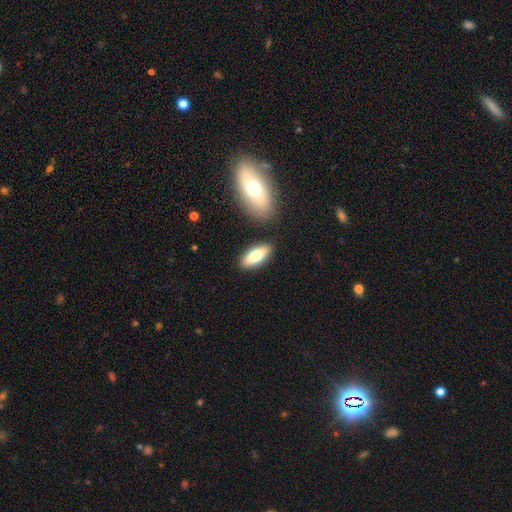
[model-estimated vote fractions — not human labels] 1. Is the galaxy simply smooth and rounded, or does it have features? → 70% smooth, 24% featured or disk, 6% star or artifact.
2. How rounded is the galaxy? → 71% in between, 26% cigar-shaped, 3% round.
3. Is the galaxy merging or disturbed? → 84% none, 9% minor disturbance, 4% merger, 2% major disturbance.